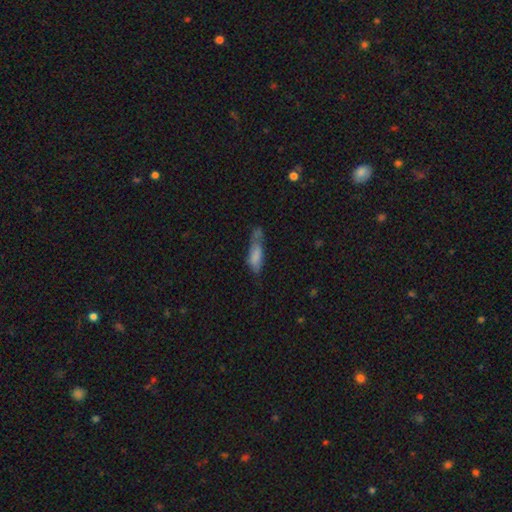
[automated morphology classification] A smooth galaxy with no disk features (72%) that is cigar-shaped (54%).

Vote fractions:
- Smooth or featured? smooth: 72% / featured or disk: 20% / star or artifact: 8%
- How rounded? cigar-shaped: 54% / in between: 43% / round: 2%
- Merging? none: 40% / minor disturbance: 32% / major disturbance: 18% / merger: 10%